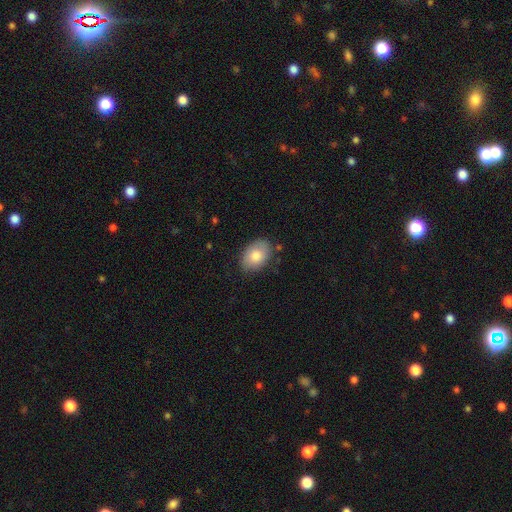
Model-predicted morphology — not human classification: Smooth or featured?
  - smooth: 79% *
  - featured or disk: 15%
  - star or artifact: 7%
How rounded?
  - in between: 84% *
  - round: 15%
  - cigar-shaped: 1%
Merging?
  - none: 80% *
  - minor disturbance: 15%
  - major disturbance: 3%
  - merger: 2%